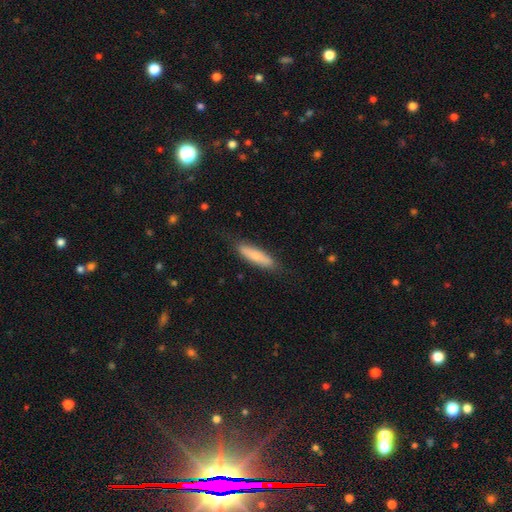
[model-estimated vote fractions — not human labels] A smooth galaxy with no disk features (73%) that is cigar-shaped (75%).

Vote fractions:
- Smooth or featured? smooth: 73% / featured or disk: 22% / star or artifact: 6%
- How rounded? cigar-shaped: 75% / in between: 23% / round: 2%
- Merging? none: 80% / minor disturbance: 15% / major disturbance: 3% / merger: 1%